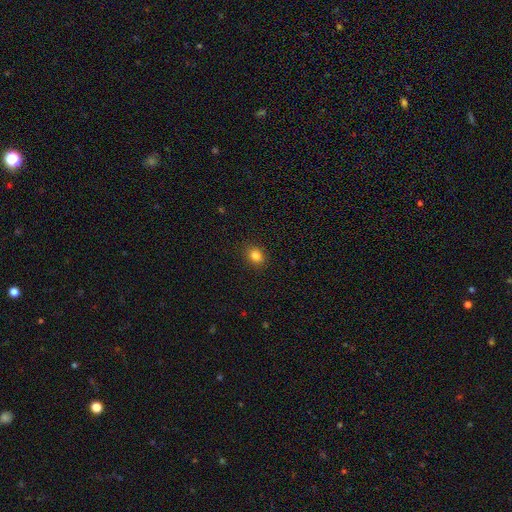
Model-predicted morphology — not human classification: type=smooth (83%); roundness=round (59%); merging=none (89%).